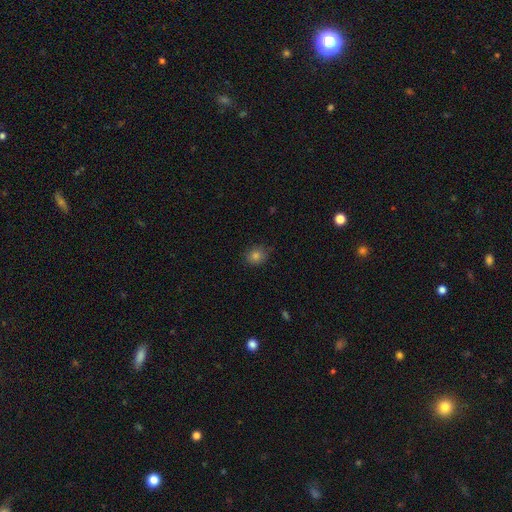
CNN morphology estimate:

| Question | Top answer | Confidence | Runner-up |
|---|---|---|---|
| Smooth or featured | smooth | 80% | star or artifact (14%) |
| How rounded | round | 73% | in between (26%) |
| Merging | none | 82% | minor disturbance (14%) |